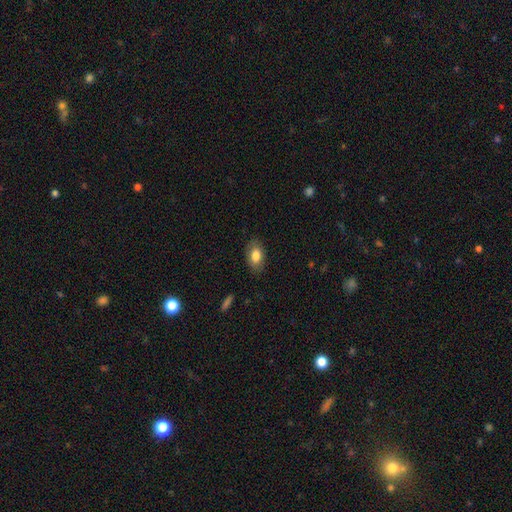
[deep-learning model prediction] smooth_or_featured: smooth (p=0.81) [alt: featured or disk p=0.12]
how_rounded: in between (p=0.89) [alt: round p=0.09]
merging: none (p=0.85) [alt: minor disturbance p=0.12]